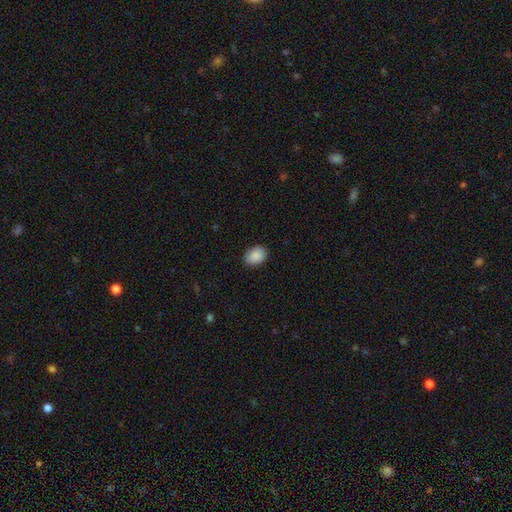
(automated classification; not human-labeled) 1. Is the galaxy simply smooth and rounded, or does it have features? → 90% smooth, 7% star or artifact, 3% featured or disk.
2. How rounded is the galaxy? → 73% in between, 26% round, 1% cigar-shaped.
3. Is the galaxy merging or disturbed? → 87% none, 10% minor disturbance, 2% major disturbance, 1% merger.